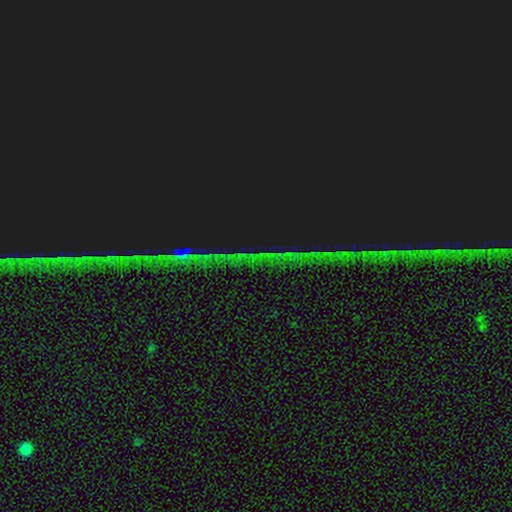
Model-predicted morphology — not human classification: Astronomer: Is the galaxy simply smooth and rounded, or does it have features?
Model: star or artifact — 86%.